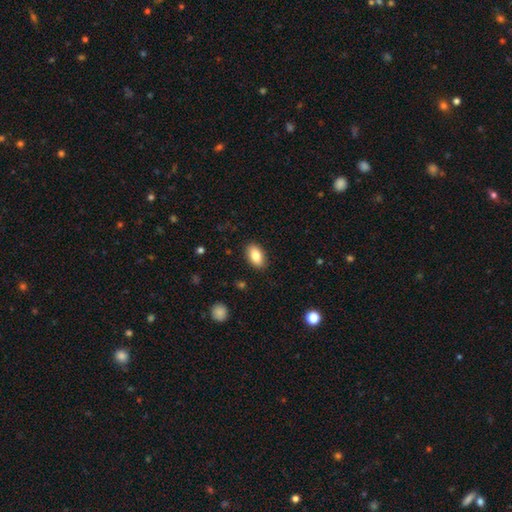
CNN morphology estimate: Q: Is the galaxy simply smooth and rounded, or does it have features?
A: smooth — 84%.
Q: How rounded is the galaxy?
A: in between — 92%.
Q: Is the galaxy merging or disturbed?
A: none — 88%.